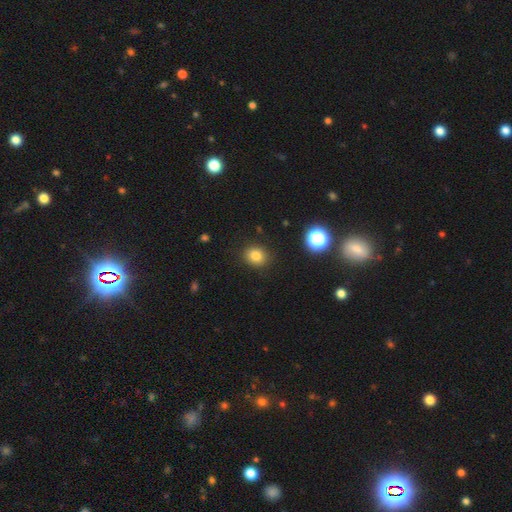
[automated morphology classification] smooth-or-featured: smooth: 80% | star or artifact: 13% | featured or disk: 7%
  how-rounded: round: 74% | in between: 25% | cigar-shaped: 1%
  merging: none: 89% | minor disturbance: 7% | major disturbance: 2% | merger: 1%